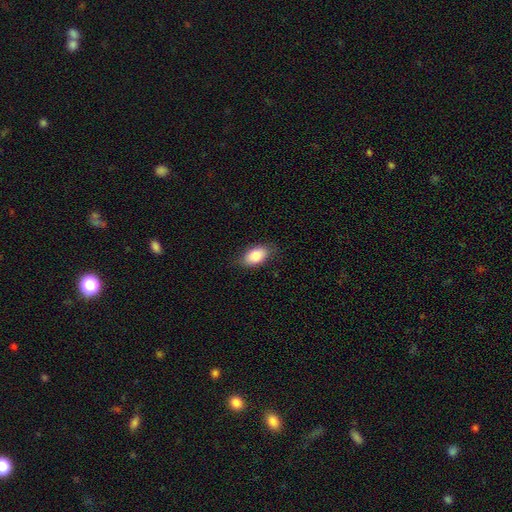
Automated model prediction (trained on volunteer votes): Smooth or featured?
  - smooth: 84% *
  - featured or disk: 9%
  - star or artifact: 7%
How rounded?
  - in between: 91% *
  - round: 6%
  - cigar-shaped: 3%
Merging?
  - none: 83% *
  - minor disturbance: 13%
  - major disturbance: 3%
  - merger: 1%